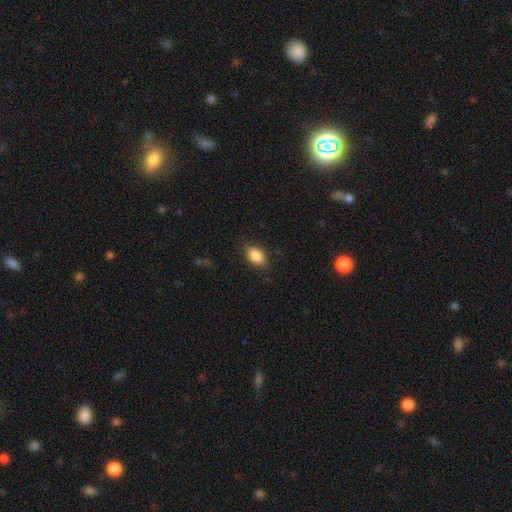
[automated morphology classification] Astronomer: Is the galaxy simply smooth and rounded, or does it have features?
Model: smooth — 88%.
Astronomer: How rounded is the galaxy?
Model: in between — 89%.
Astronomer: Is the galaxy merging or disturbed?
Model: none — 85%.